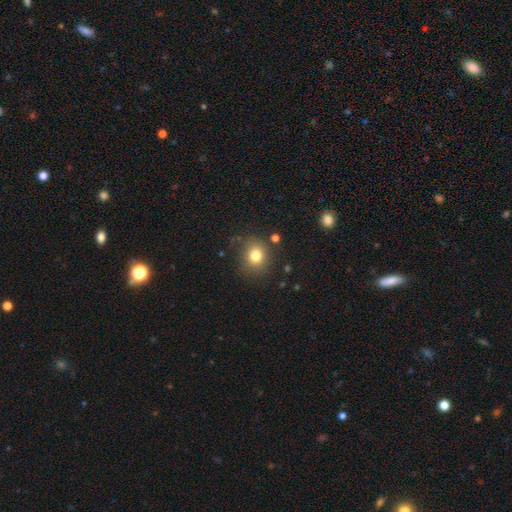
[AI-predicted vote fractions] smooth_or_featured: smooth (p=0.78) [alt: star or artifact p=0.13]
how_rounded: round (p=0.73) [alt: in between p=0.26]
merging: none (p=0.78) [alt: minor disturbance p=0.14]